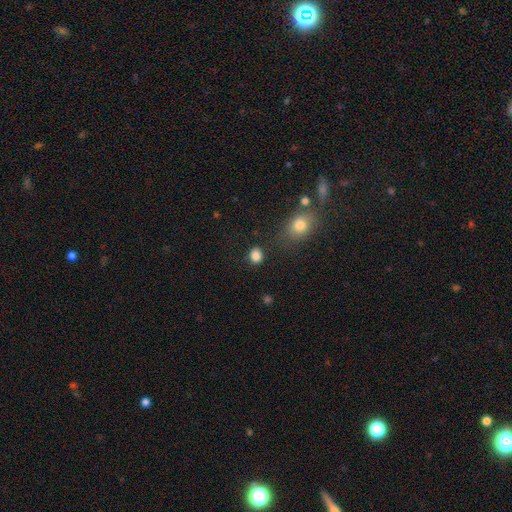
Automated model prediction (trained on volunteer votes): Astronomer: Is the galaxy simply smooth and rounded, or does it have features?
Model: smooth — 85%.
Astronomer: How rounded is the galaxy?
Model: round — 55% (runner-up: in between, 44%).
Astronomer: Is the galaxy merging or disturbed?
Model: none — 81%.